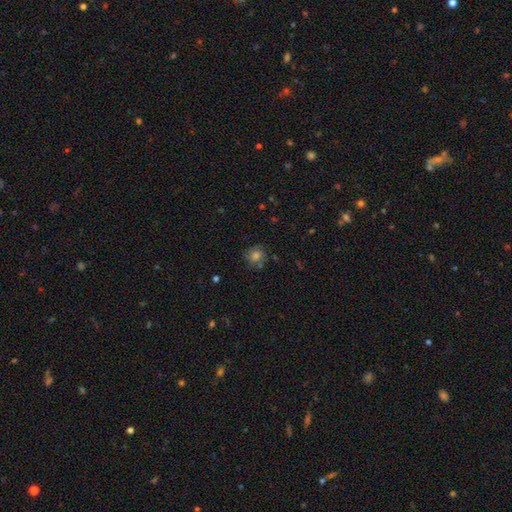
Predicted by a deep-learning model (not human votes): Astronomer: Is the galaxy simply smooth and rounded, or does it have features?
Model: smooth — 64%.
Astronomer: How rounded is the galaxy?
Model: round — 80%.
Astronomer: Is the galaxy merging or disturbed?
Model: none — 71%.